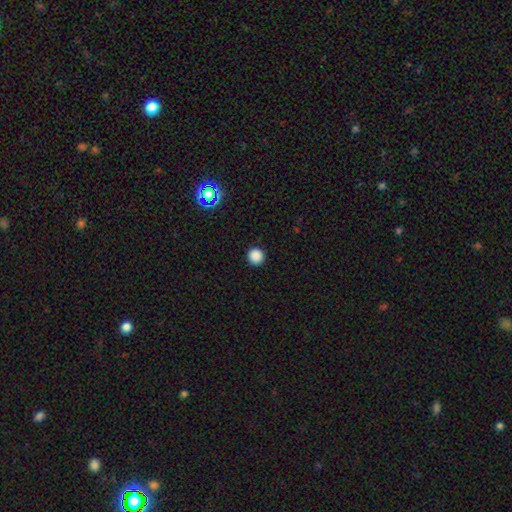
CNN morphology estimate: Smooth or featured: smooth — 86% (star or artifact — 11%)
How rounded: round — 95% (in between — 4%)
Merging: none — 93% (minor disturbance — 5%)